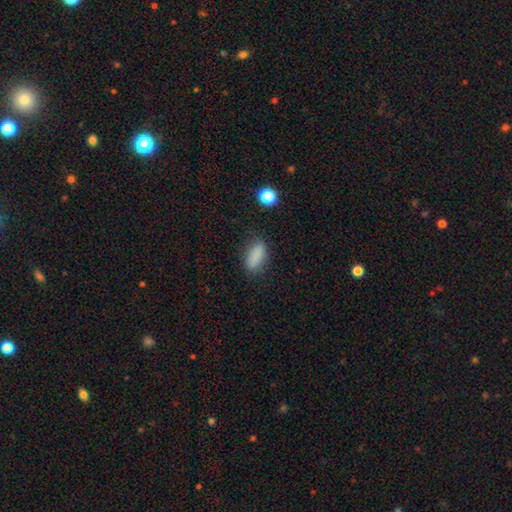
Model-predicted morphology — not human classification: Smooth or featured? smooth (85%)
How rounded? in between (81%)
Merging? none (79%)